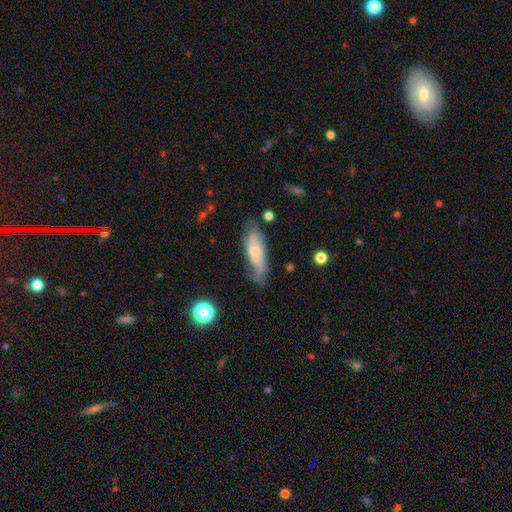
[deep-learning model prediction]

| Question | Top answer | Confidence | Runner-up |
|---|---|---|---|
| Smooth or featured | featured or disk | 56% | smooth (34%) |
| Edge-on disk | no | 69% | yes (31%) |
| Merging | none | 64% | minor disturbance (25%) |